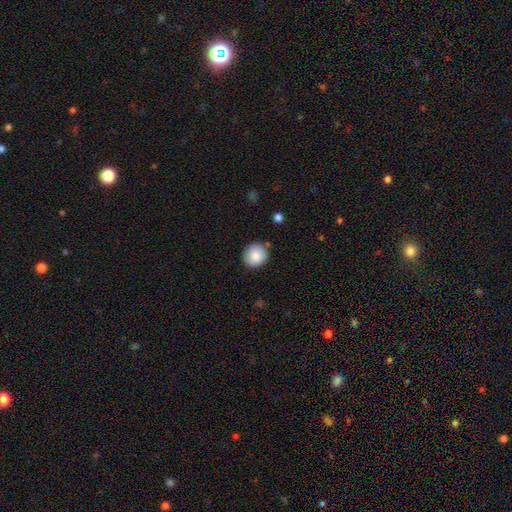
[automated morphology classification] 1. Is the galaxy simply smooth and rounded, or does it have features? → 85% smooth, 8% star or artifact, 7% featured or disk.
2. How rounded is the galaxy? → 90% round, 9% in between, 1% cigar-shaped.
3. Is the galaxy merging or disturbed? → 86% none, 9% minor disturbance, 2% merger, 2% major disturbance.